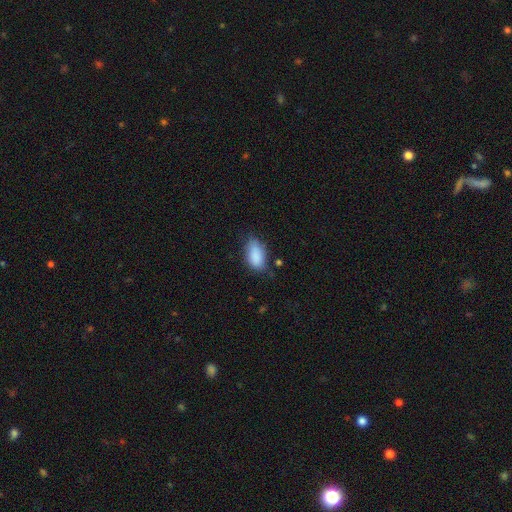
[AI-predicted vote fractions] smooth 87%, star or artifact 7%, featured or disk 6%. Down the decision tree: how rounded — in between (93%); merging — none (63%).